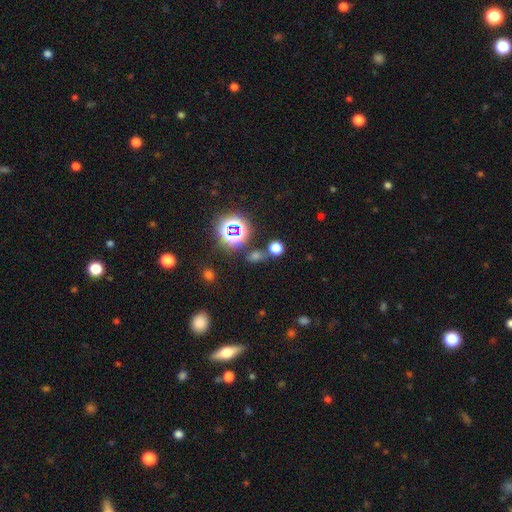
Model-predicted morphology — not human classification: A smooth galaxy with no disk features (49%).

Vote fractions:
- Smooth or featured? smooth: 49% / star or artifact: 43% / featured or disk: 8%
- Merging? none: 70% / merger: 14% / minor disturbance: 11% / major disturbance: 5%